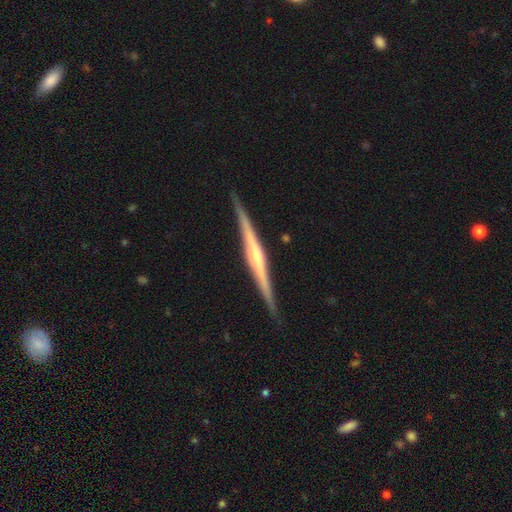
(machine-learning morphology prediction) type=featured or disk (85%); edge-on=yes (98%); edge-on bulge=rounded (70%); merging=none (90%).